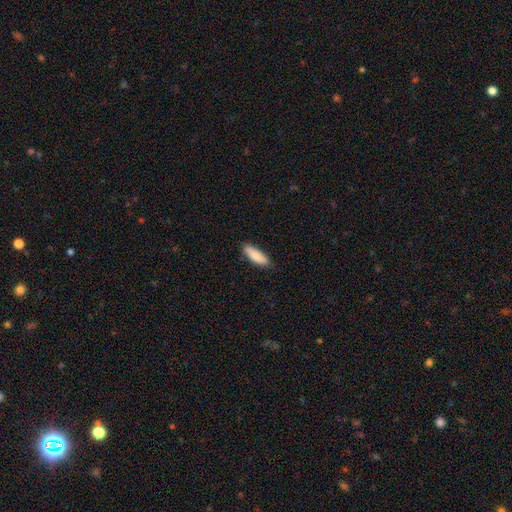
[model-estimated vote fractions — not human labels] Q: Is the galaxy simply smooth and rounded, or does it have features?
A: smooth — 85%.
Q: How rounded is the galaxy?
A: in between — 54%.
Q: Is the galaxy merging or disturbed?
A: none — 78%.